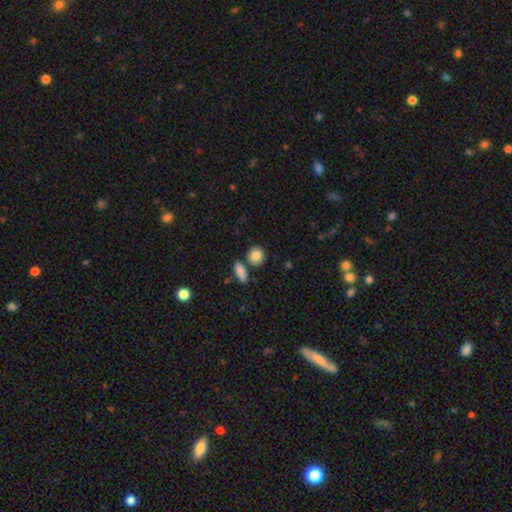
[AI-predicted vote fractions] Smooth or featured: smooth — 86% (star or artifact — 8%)
How rounded: round — 75% (in between — 23%)
Merging: none — 75% (merger — 12%)